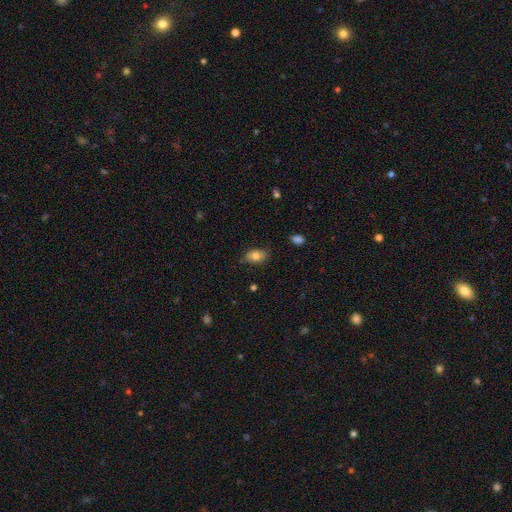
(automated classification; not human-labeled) smooth_or_featured: smooth (p=0.77) [alt: featured or disk p=0.15]
how_rounded: in between (p=0.87) [alt: round p=0.12]
merging: none (p=0.76) [alt: minor disturbance p=0.19]